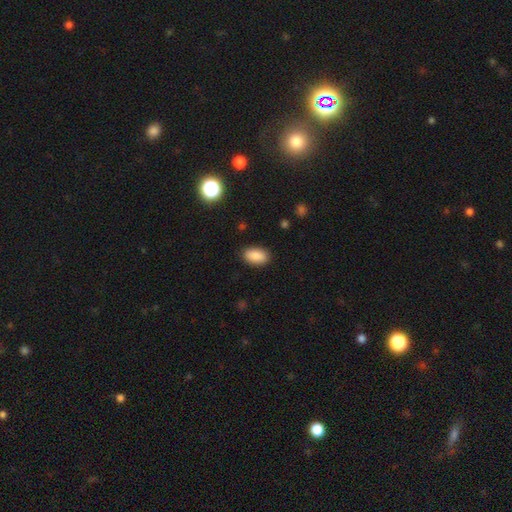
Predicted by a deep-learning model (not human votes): This appears to be a smooth galaxy with no disk features (87%) that is in between round and cigar-shaped (92%). Merging: none (88%).